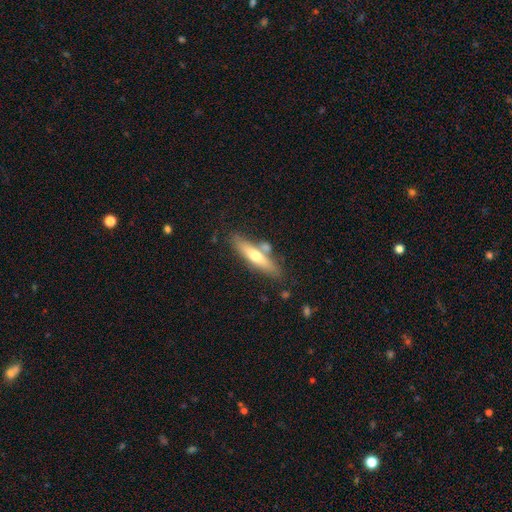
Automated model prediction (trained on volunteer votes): This appears to be a smooth galaxy with no disk features (50%) that is cigar-shaped (78%). Merging: none (70%).